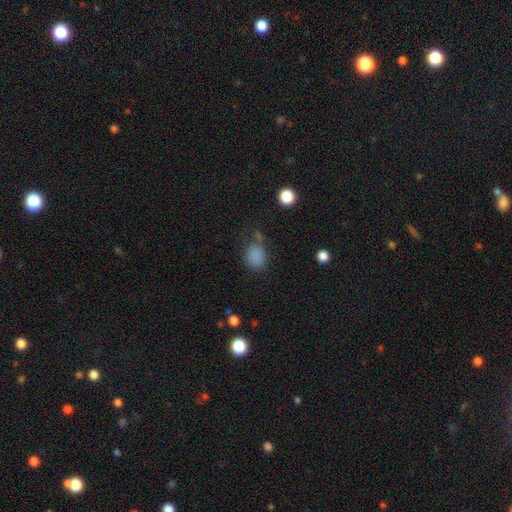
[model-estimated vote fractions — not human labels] The model was most divided on "how rounded": in between: 60%, round: 38%, cigar-shaped: 1%. More confident: smooth or featured — smooth (82%); merging — none (57%).